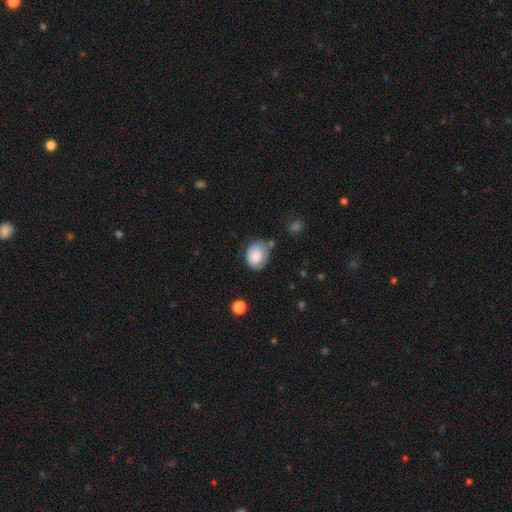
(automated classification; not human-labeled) Smooth or featured: smooth — 83% (featured or disk — 10%)
How rounded: round — 62% (in between — 38%)
Merging: none — 54% (minor disturbance — 30%)